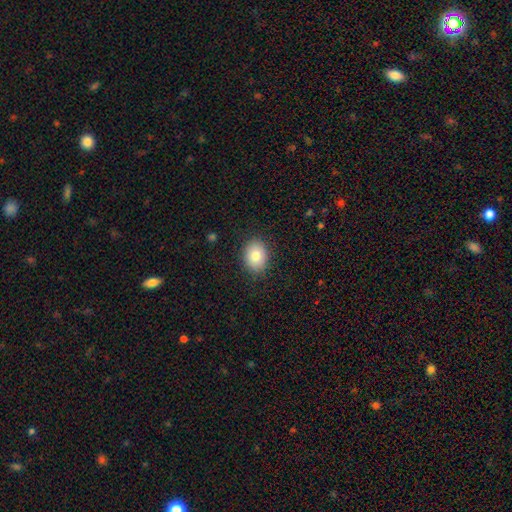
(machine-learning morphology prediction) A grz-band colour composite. It shows a smooth galaxy with no disk features (83%) that is in between round and cigar-shaped (58%). Merging: none (87%).